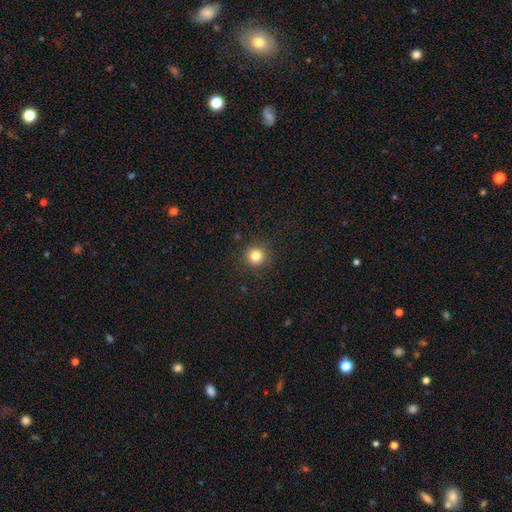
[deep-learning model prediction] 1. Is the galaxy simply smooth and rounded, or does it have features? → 82% smooth, 12% star or artifact, 5% featured or disk.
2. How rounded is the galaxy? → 95% round, 4% in between, 1% cigar-shaped.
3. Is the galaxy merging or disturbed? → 91% none, 6% minor disturbance, 2% major disturbance, 1% merger.